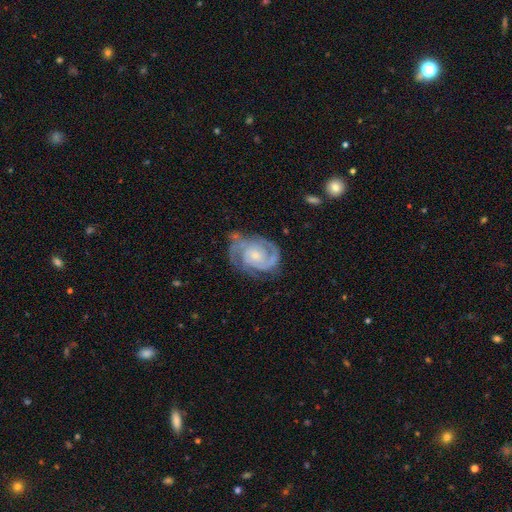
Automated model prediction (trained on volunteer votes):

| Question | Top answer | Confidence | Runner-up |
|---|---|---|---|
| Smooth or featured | featured or disk | 88% | smooth (7%) |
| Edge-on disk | no | 98% | yes (2%) |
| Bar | no | 68% | weak (27%) |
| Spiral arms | yes | 97% | no (3%) |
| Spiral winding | tight | 60% | medium (33%) |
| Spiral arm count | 2 | 60% | 3 (16%) |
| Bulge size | small | 57% | moderate (35%) |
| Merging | none | 62% | minor disturbance (23%) |